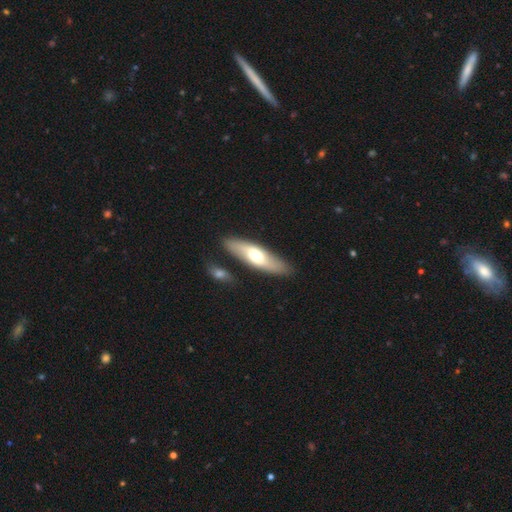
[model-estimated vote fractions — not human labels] Smooth or featured: smooth — 55% (featured or disk — 40%)
How rounded: in between — 52% (cigar-shaped — 45%)
Merging: none — 82% (minor disturbance — 11%)